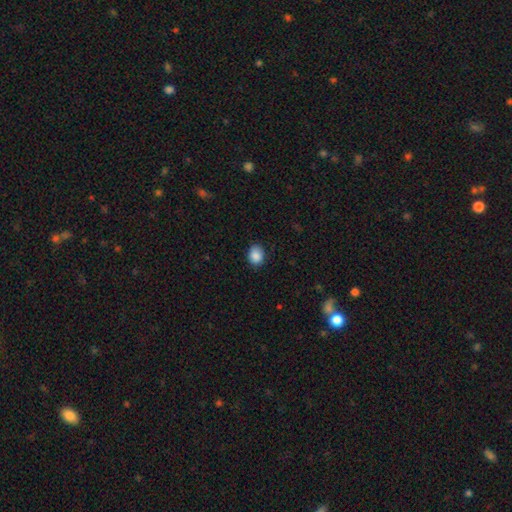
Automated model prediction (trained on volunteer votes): smooth_or_featured: smooth (p=0.88) [alt: star or artifact p=0.08]
how_rounded: round (p=0.50) [alt: in between p=0.49]
merging: none (p=0.82) [alt: minor disturbance p=0.14]